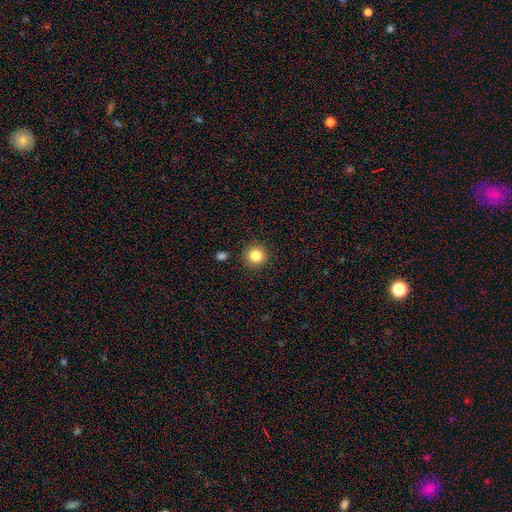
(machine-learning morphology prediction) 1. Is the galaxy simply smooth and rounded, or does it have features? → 84% smooth, 11% star or artifact, 5% featured or disk.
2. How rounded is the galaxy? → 94% round, 5% in between, 1% cigar-shaped.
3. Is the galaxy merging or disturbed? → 91% none, 5% minor disturbance, 2% major disturbance, 2% merger.